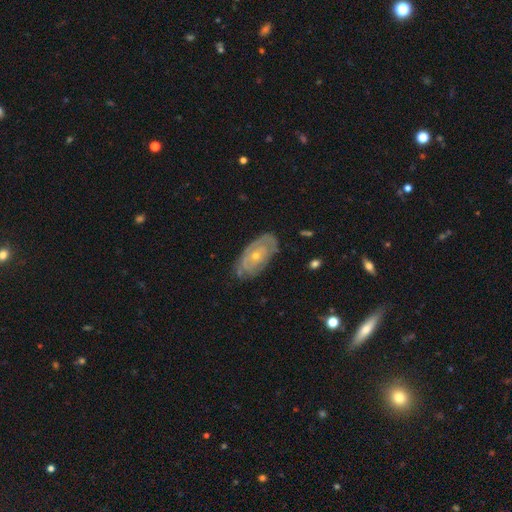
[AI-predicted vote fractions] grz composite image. It shows a featured or disk galaxy (74%) with no bar (82%), tight (72%) spiral arms (75%) and a small central bulge (64%). Merging: none (75%).